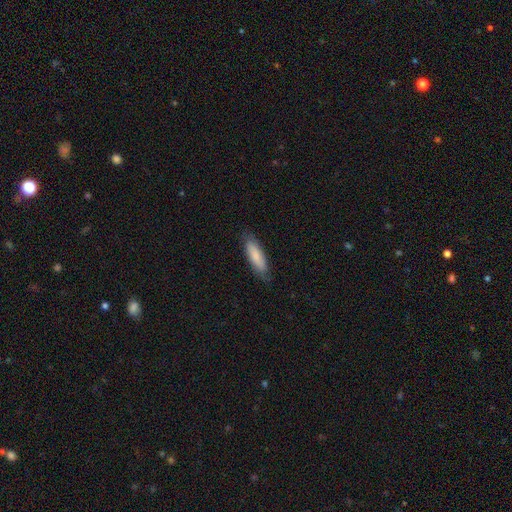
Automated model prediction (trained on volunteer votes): Smooth or featured?
  - smooth: 81% *
  - featured or disk: 13%
  - star or artifact: 6%
How rounded?
  - cigar-shaped: 57% *
  - in between: 42%
  - round: 1%
Merging?
  - none: 80% *
  - minor disturbance: 16%
  - major disturbance: 3%
  - merger: 1%